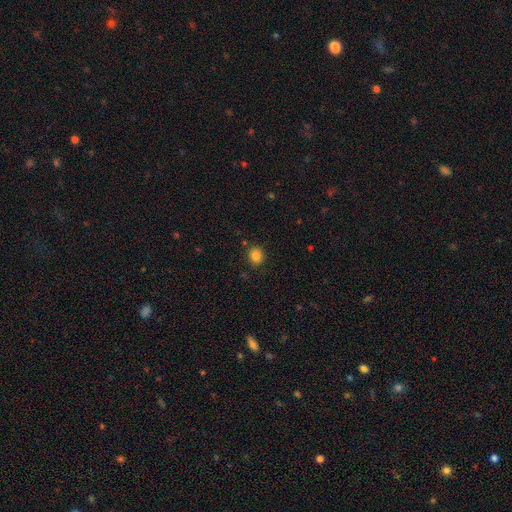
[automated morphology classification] The model was most divided on "how rounded": round: 79%, in between: 20%, cigar-shaped: 1%. More confident: merging — none (87%); smooth or featured — smooth (84%).